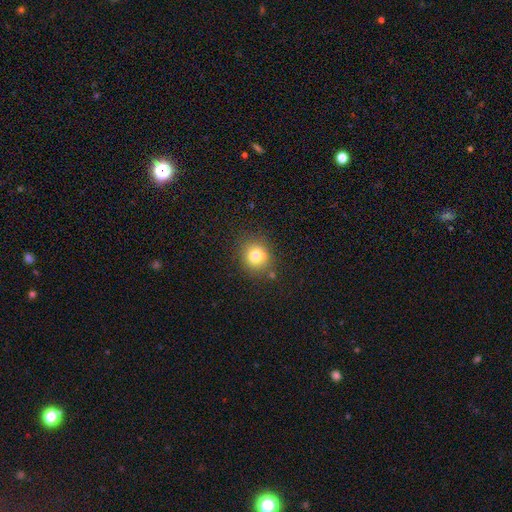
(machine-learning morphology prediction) smooth-or-featured: smooth: 79% | star or artifact: 12% | featured or disk: 8%
  how-rounded: round: 82% | in between: 17% | cigar-shaped: 1%
  merging: none: 81% | minor disturbance: 12% | merger: 4% | major disturbance: 3%